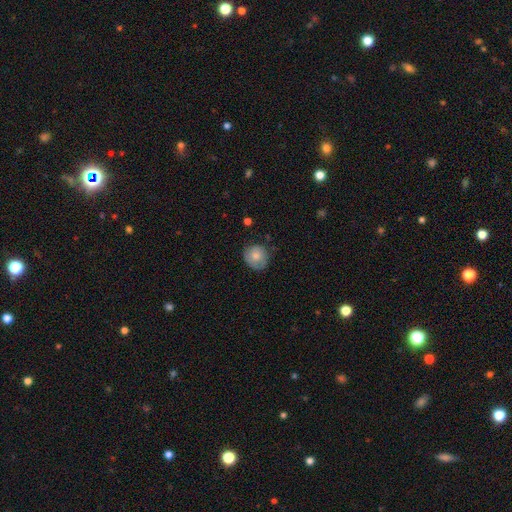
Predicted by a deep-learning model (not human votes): Morphology: type=smooth (71%); roundness=round (85%); merging=none (70%).